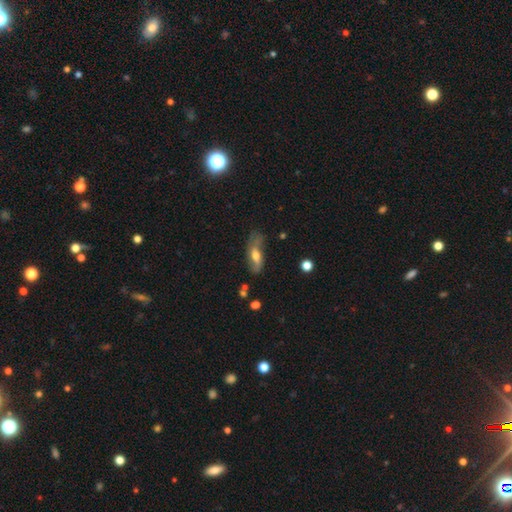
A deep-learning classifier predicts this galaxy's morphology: A featured or disk galaxy (49%).

Vote fractions:
- Smooth or featured? featured or disk: 49% / smooth: 44% / star or artifact: 8%
- Merging? none: 50% / minor disturbance: 30% / major disturbance: 17% / merger: 4%